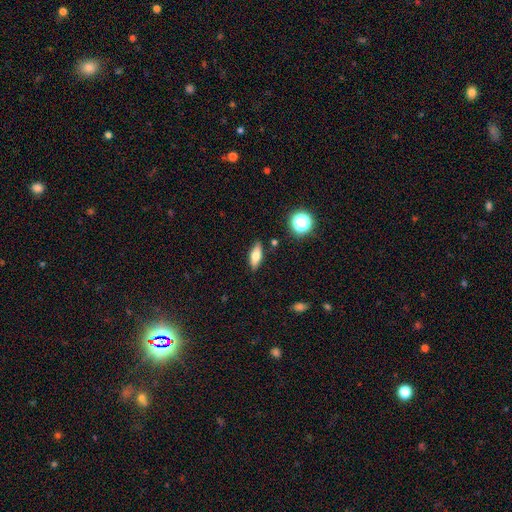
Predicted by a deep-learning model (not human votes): Morphology: type=smooth (64%); roundness=in between (64%); merging=none (86%).